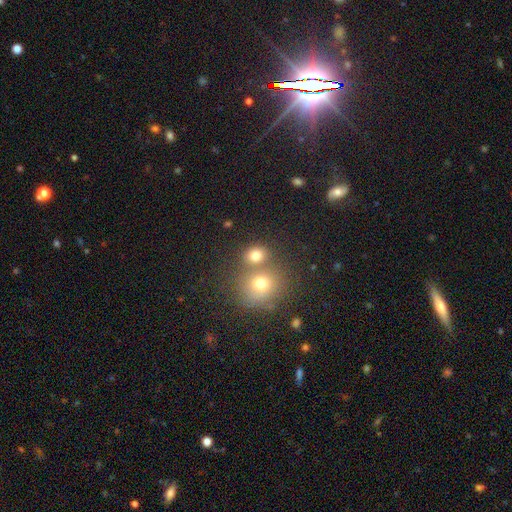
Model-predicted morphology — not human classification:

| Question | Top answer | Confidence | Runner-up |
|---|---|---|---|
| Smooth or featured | smooth | 76% | star or artifact (14%) |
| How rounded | round | 71% | in between (28%) |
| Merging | none | 51% | merger (37%) |